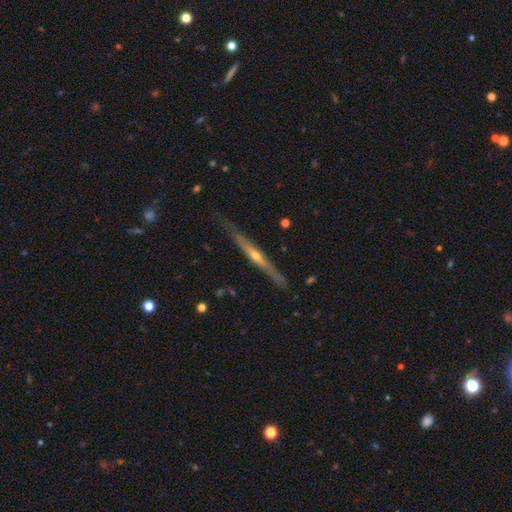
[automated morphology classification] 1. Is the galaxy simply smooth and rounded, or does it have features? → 76% featured or disk, 18% smooth, 6% star or artifact.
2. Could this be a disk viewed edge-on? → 96% yes, 4% no.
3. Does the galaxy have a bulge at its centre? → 76% rounded, 21% none, 3% boxy.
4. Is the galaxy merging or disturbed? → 79% none, 16% minor disturbance, 3% major disturbance, 2% merger.